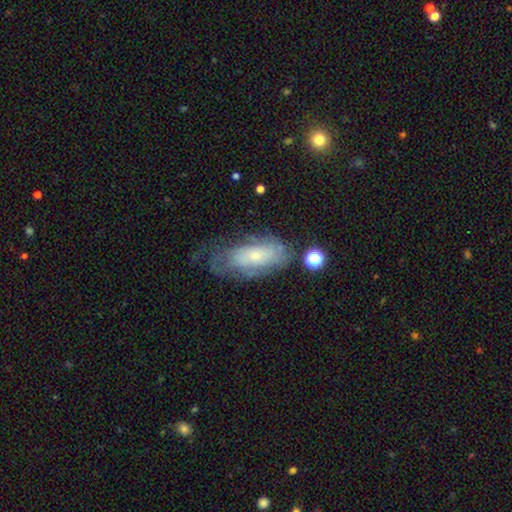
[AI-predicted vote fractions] The model was most divided on "smooth or featured": featured or disk: 55%, smooth: 37%, star or artifact: 9%. Remaining: edge-on disk — no (89%); merging — none (49%).